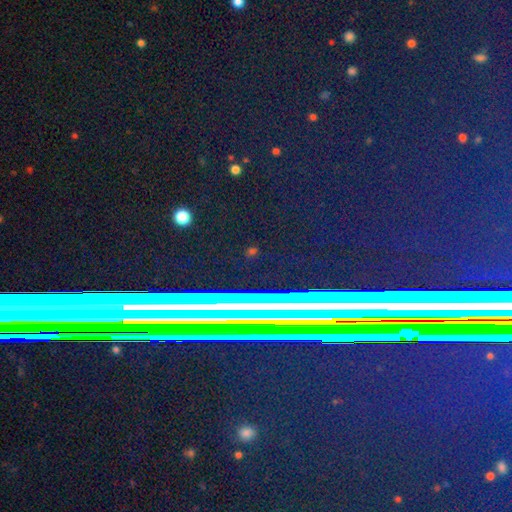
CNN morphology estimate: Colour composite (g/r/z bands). It shows a star or artifact, not a galaxy (81%).